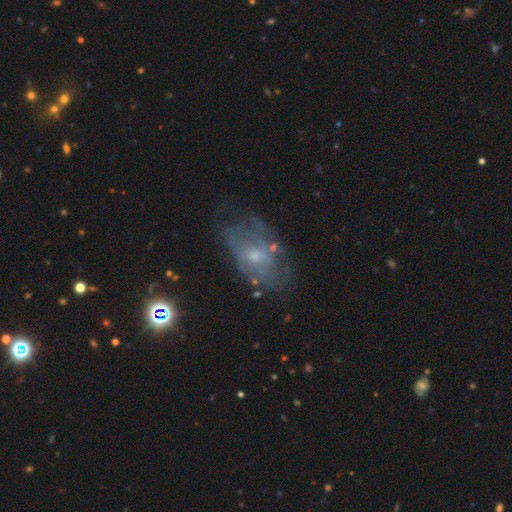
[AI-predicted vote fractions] Smooth or featured? featured or disk (63%)
Edge-on disk? no (95%)
Bar? no (73%)
Spiral arms? no (55%)
Bulge size? small (56%)
Merging? none (55%)